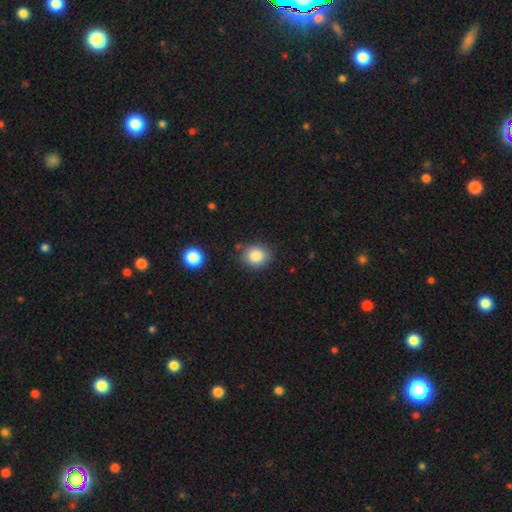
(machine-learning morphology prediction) smooth_or_featured: smooth (p=0.86) [alt: star or artifact p=0.09]
how_rounded: round (p=0.67) [alt: in between p=0.32]
merging: none (p=0.82) [alt: minor disturbance p=0.11]